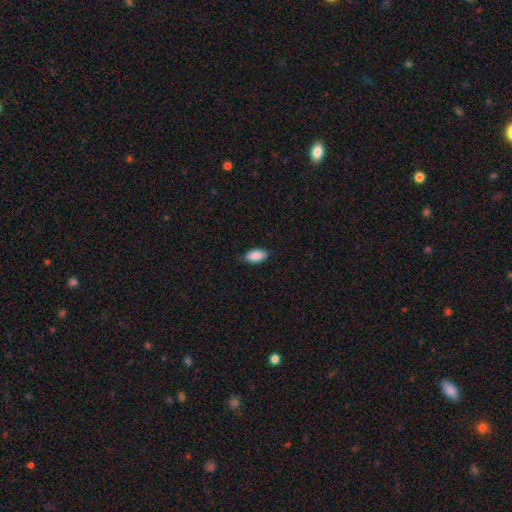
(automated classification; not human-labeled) smooth 88%, star or artifact 7%, featured or disk 5%. Down the decision tree: how rounded — in between (93%); merging — none (80%).